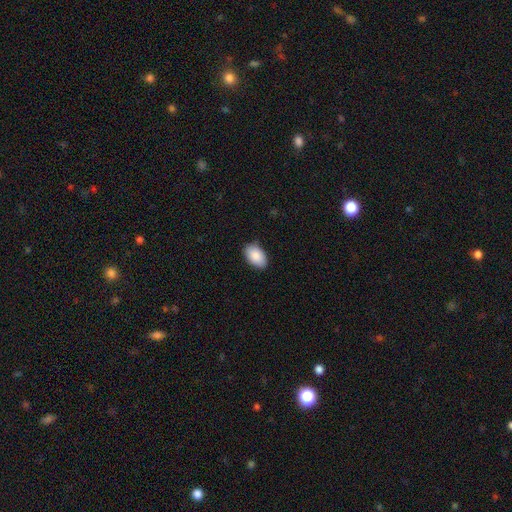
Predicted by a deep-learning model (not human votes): Smooth or featured?
  - smooth: 89% *
  - star or artifact: 6%
  - featured or disk: 5%
How rounded?
  - in between: 93% *
  - round: 6%
  - cigar-shaped: 1%
Merging?
  - none: 86% *
  - minor disturbance: 11%
  - major disturbance: 2%
  - merger: 1%